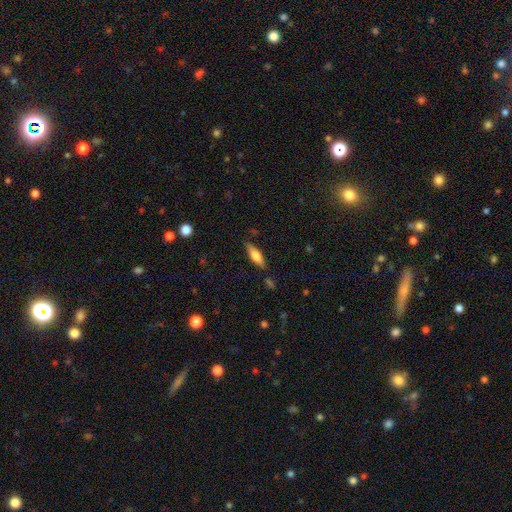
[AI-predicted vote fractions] smooth 62%, featured or disk 31%, star or artifact 7%. Down the decision tree: how rounded — in between (50%); merging — none (81%).